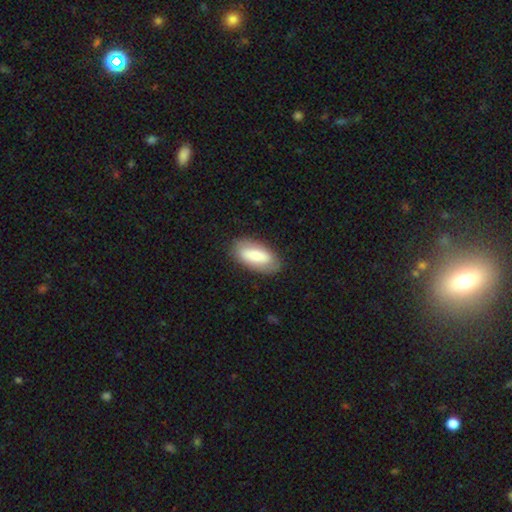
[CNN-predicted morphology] This appears to be a smooth galaxy with no disk features (68%) that is in between round and cigar-shaped (90%). Merging: none (83%).